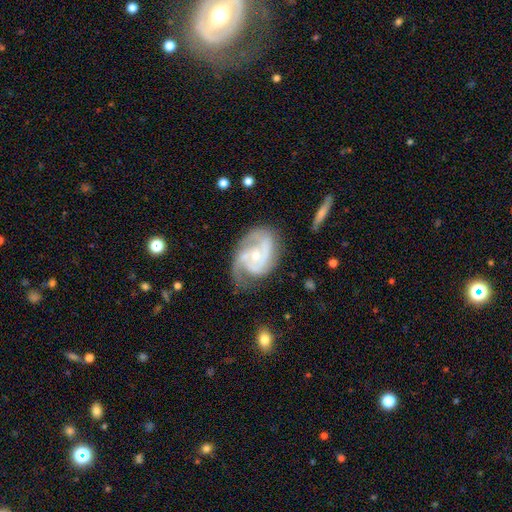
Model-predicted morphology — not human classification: Smooth or featured? Predicted: featured or disk (p=0.87). Edge-on disk? Predicted: no (p=0.98). Bar? Predicted: no (p=0.62). Spiral arms? Predicted: yes (p=0.96). Spiral winding? Predicted: medium (p=0.47). Spiral arm count? Predicted: 2 (p=0.50). Bulge size? Predicted: small (p=0.59). Merging? Predicted: none (p=0.57).